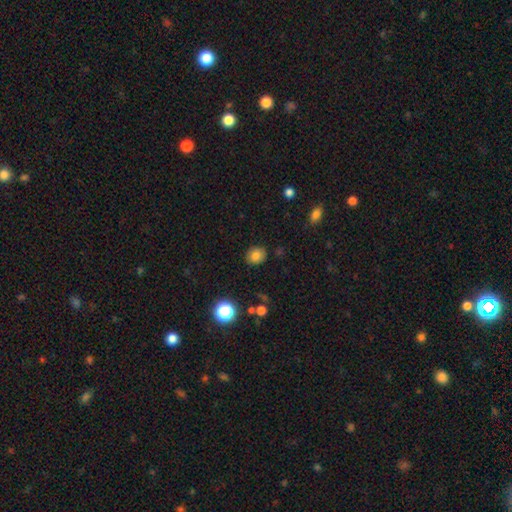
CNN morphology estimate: The model was most divided on "how rounded": round: 64%, in between: 35%, cigar-shaped: 1%. More confident: merging — none (86%); smooth or featured — smooth (80%).